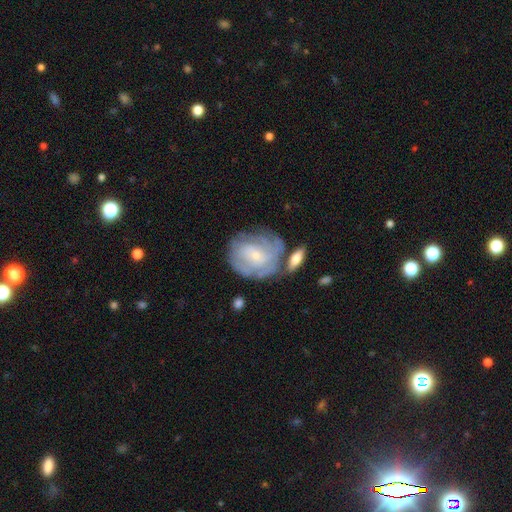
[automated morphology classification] Smooth or featured: featured or disk — 70% (smooth — 24%)
Edge-on disk: no — 96% (yes — 4%)
Bar: no — 69% (weak — 26%)
Spiral arms: yes — 81% (no — 19%)
Spiral winding: tight — 65% (medium — 26%)
Spiral arm count: can't tell — 53% (3 — 14%)
Bulge size: small — 76% (moderate — 19%)
Merging: none — 54% (minor disturbance — 20%)